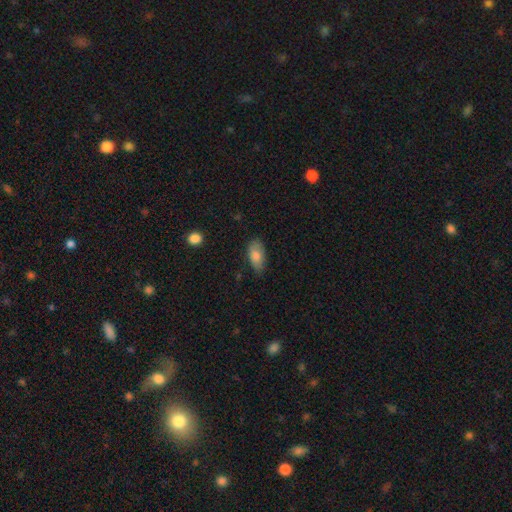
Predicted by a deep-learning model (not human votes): smooth_or_featured: smooth (p=0.81) [alt: featured or disk p=0.12]
how_rounded: in between (p=0.91) [alt: cigar-shaped p=0.06]
merging: none (p=0.73) [alt: minor disturbance p=0.22]